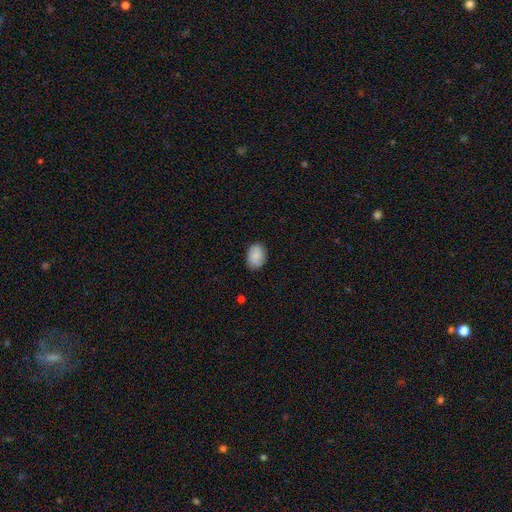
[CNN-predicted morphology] smooth_or_featured: smooth (p=0.85) [alt: featured or disk p=0.09]
how_rounded: in between (p=0.80) [alt: round p=0.19]
merging: none (p=0.83) [alt: minor disturbance p=0.14]